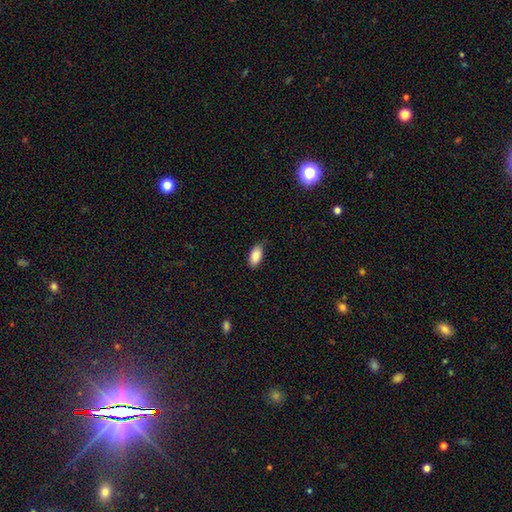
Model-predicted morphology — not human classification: smooth 88%, star or artifact 7%, featured or disk 5%. Down the decision tree: how rounded — in between (93%); merging — none (80%).